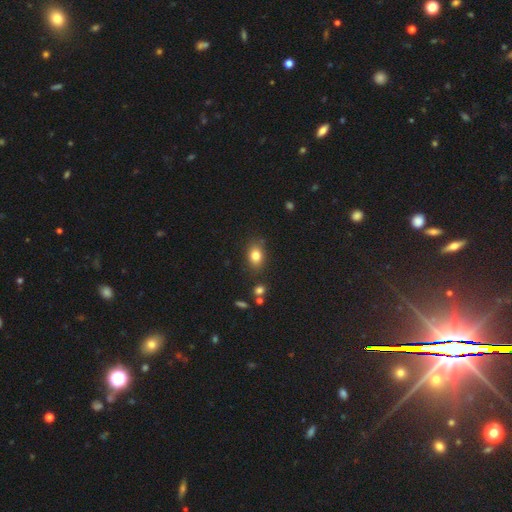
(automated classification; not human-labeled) A smooth galaxy with no disk features (81%) that is in between round and cigar-shaped (69%). Merging: none (81%).